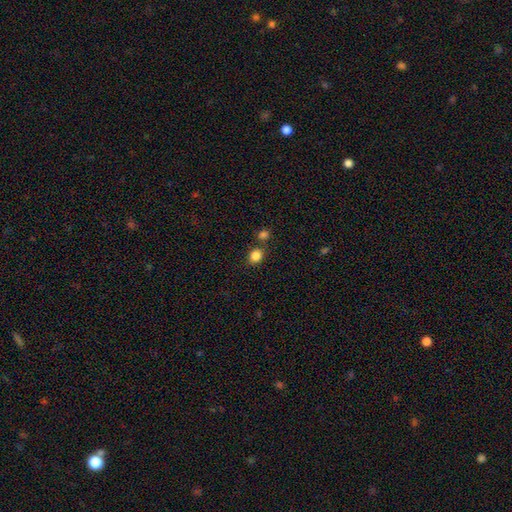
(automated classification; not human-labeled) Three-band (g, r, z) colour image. It shows a smooth galaxy with no disk features (84%) that is round (73%). Merging: none (70%).